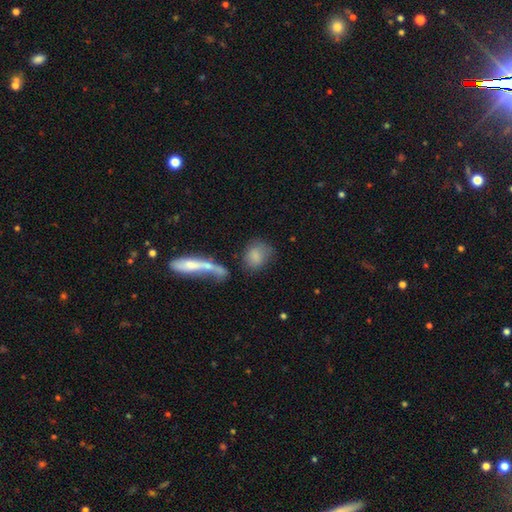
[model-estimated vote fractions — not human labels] Overall: smooth (79%). How rounded: in between (53%; round 43%). Merging: none (54%; minor disturbance 19%).